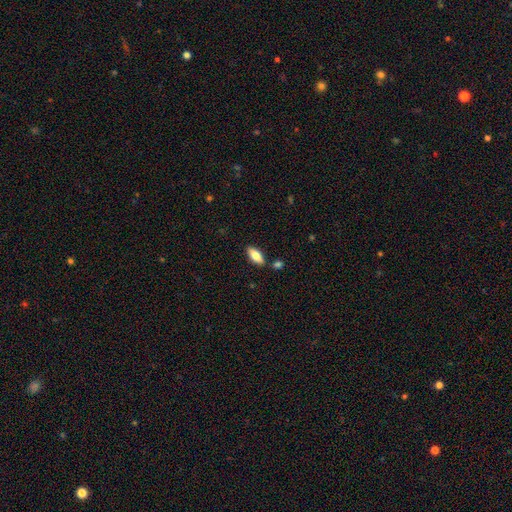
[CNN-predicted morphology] This appears to be a smooth galaxy with no disk features (75%) that is in between round and cigar-shaped (81%). Merging: none (84%).